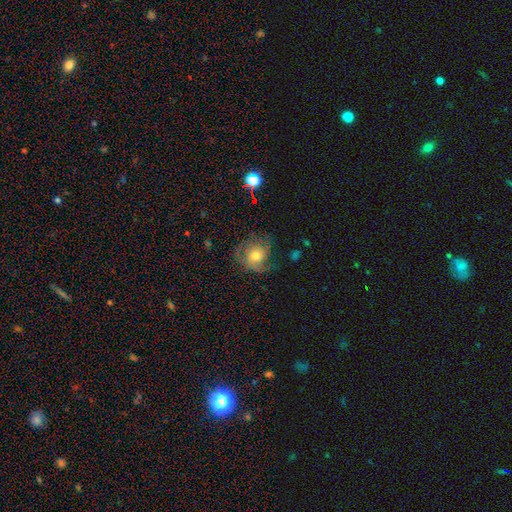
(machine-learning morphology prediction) smooth_or_featured: featured or disk (p=0.57) [alt: smooth p=0.33]
disk_edge_on: no (p=0.97) [alt: yes p=0.03]
bar: no (p=0.82) [alt: weak p=0.15]
has_spiral_arms: yes (p=0.84) [alt: no p=0.16]
bulge_size: moderate (p=0.67) [alt: small p=0.23]
merging: none (p=0.60) [alt: minor disturbance p=0.22]